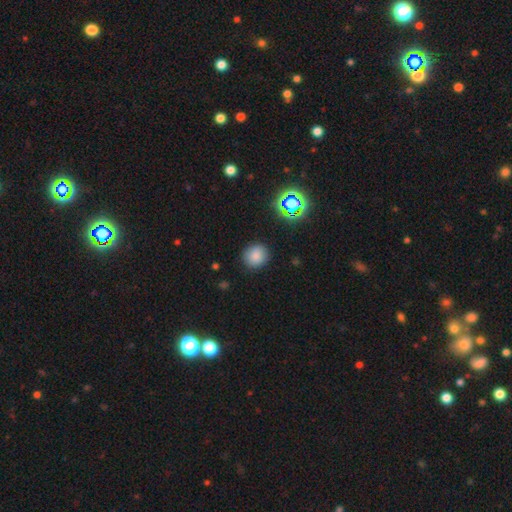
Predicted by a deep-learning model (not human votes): Smooth or featured? Predicted: smooth (p=0.81). How rounded? Predicted: round (p=0.84). Merging? Predicted: none (p=0.87).